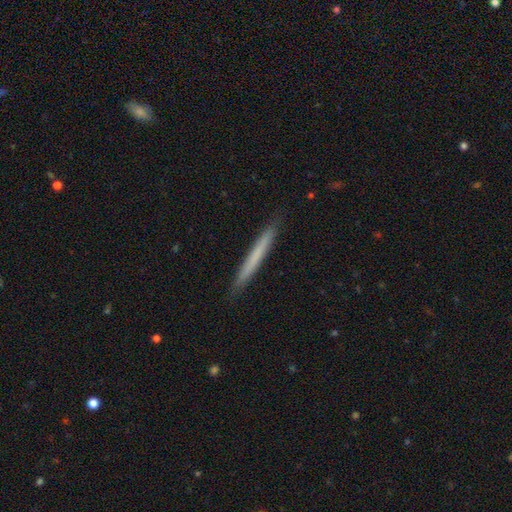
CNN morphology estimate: Smooth or featured: smooth — 62% (featured or disk — 33%)
How rounded: cigar-shaped — 97% (in between — 2%)
Merging: none — 90% (minor disturbance — 7%)